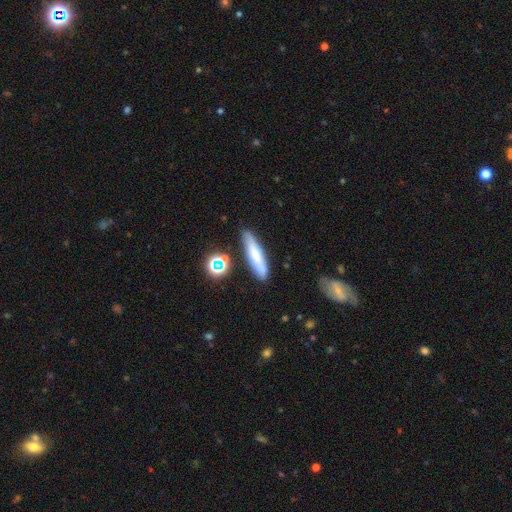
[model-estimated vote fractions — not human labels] smooth 64%, featured or disk 25%, star or artifact 10%. Down the decision tree: how rounded — cigar-shaped (78%); merging — none (81%).